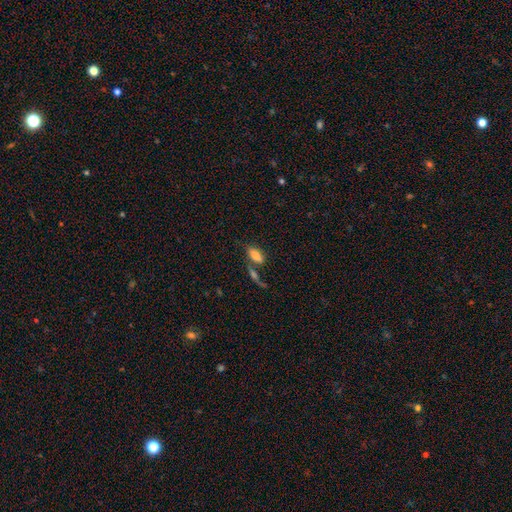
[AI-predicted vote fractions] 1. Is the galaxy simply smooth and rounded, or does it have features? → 77% smooth, 14% featured or disk, 9% star or artifact.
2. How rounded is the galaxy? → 85% in between, 12% cigar-shaped, 3% round.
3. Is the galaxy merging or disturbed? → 47% none, 32% merger, 13% minor disturbance, 9% major disturbance.